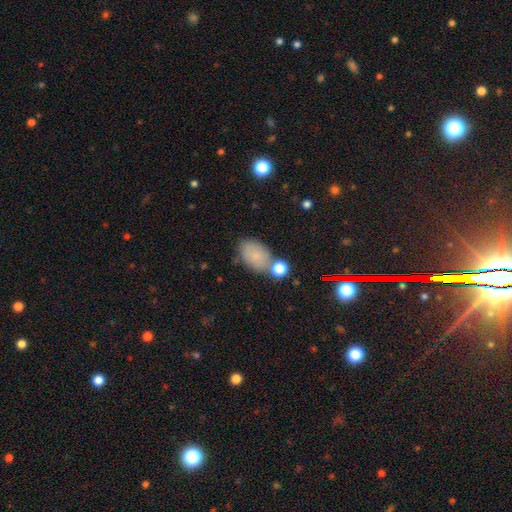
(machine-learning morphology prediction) smooth_or_featured: smooth (p=0.79) [alt: featured or disk p=0.11]
how_rounded: in between (p=0.88) [alt: round p=0.10]
merging: none (p=0.64) [alt: minor disturbance p=0.16]